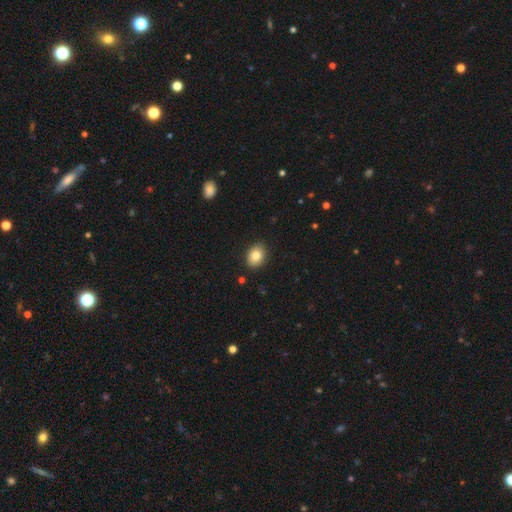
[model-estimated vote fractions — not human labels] A smooth galaxy with no disk features (84%) that is in between round and cigar-shaped (68%). Merging: none (89%).